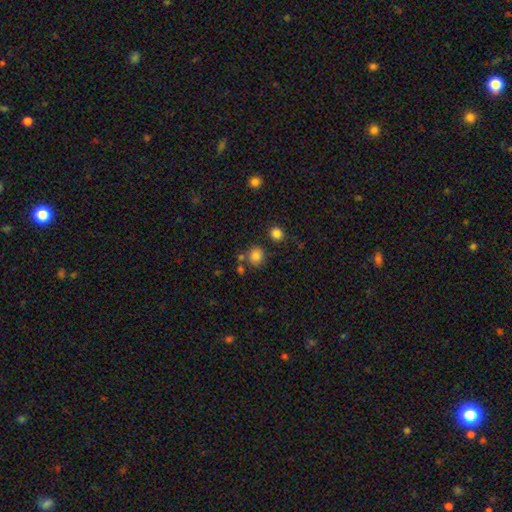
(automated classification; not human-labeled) Morphology: type=smooth (82%); roundness=round (85%); merging=none (73%).